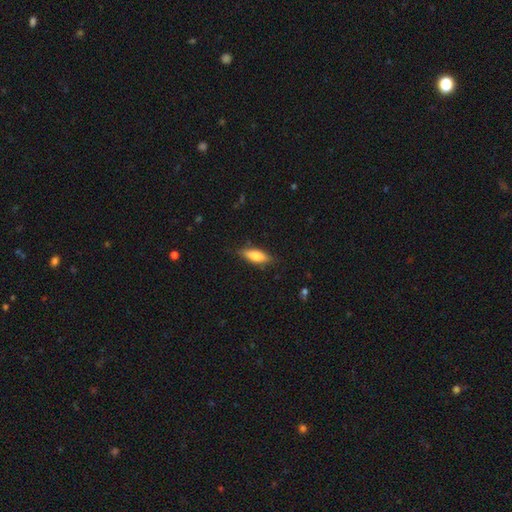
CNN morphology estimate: The model was most divided on "how rounded": in between: 60%, cigar-shaped: 38%, round: 2%. More confident: merging — none (82%); smooth or featured — smooth (79%).